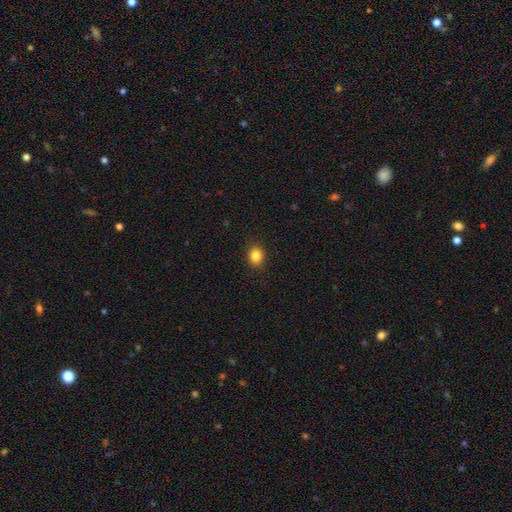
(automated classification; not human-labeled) Morphology: type=smooth (85%); roundness=round (64%); merging=none (90%).